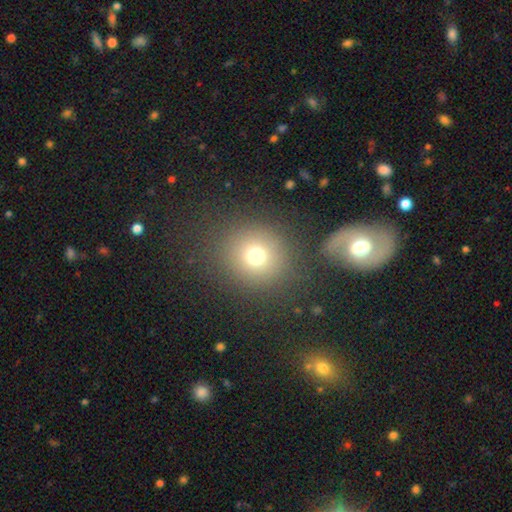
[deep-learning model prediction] Smooth or featured? Predicted: smooth (p=0.72). How rounded? Predicted: round (p=0.89). Merging? Predicted: none (p=0.83).